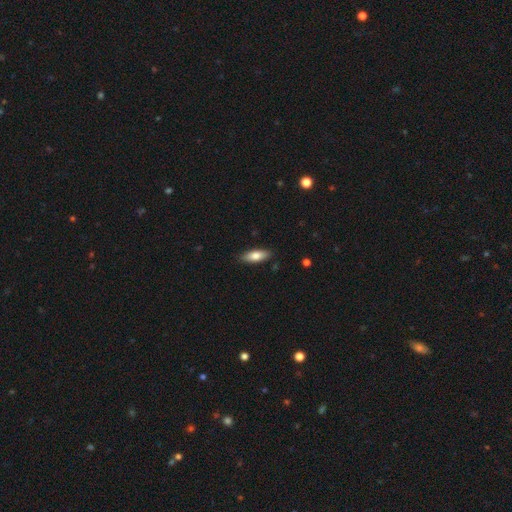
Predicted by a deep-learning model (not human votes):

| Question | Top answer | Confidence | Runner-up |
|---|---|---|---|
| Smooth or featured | smooth | 78% | featured or disk (16%) |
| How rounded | in between | 68% | cigar-shaped (30%) |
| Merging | none | 87% | minor disturbance (10%) |